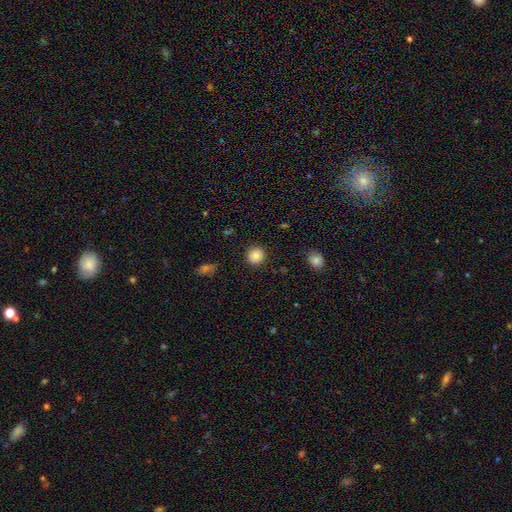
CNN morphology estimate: type=smooth (83%); roundness=round (90%); merging=none (89%).